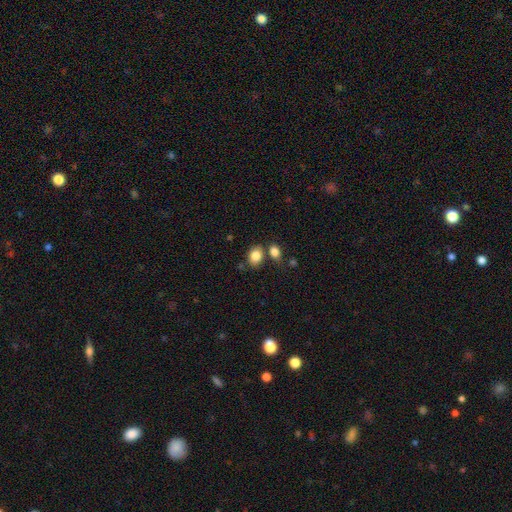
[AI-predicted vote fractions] Smooth or featured? Predicted: smooth (p=0.84). How rounded? Predicted: in between (p=0.60). Merging? Predicted: none (p=0.66).